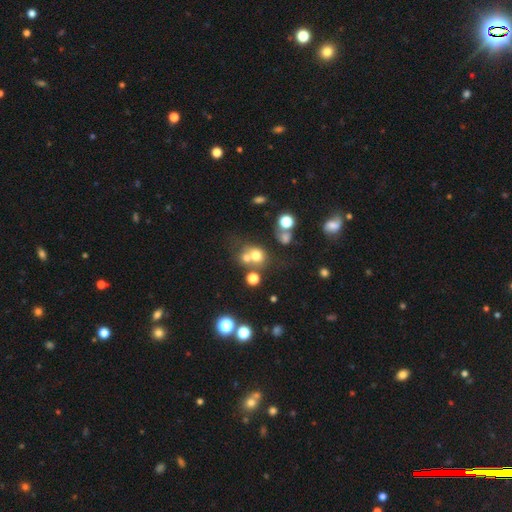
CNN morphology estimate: Smooth or featured? smooth (66%)
How rounded? round (77%)
Merging? merger (42%)